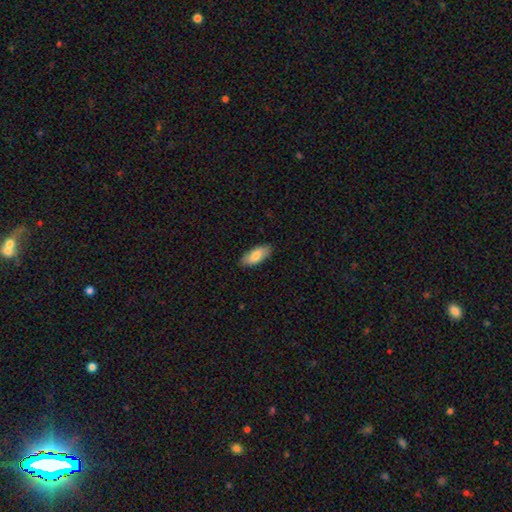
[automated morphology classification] smooth-or-featured: smooth: 81% | featured or disk: 13% | star or artifact: 6%
  how-rounded: in between: 87% | cigar-shaped: 12% | round: 2%
  merging: none: 88% | minor disturbance: 9% | major disturbance: 2% | merger: 1%